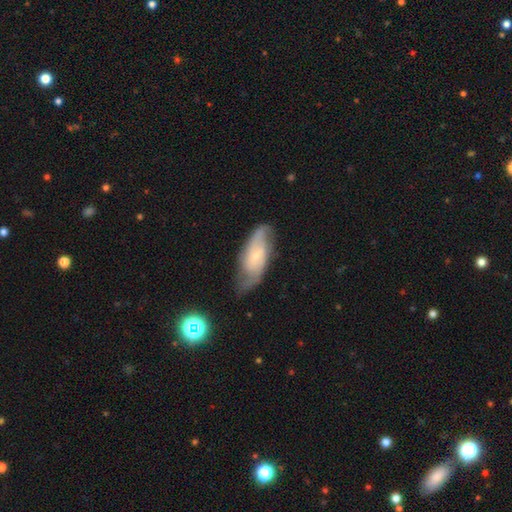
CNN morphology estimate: type=featured or disk (71%); edge-on=no (91%); bar=no (57%); spiral arms=yes (91%); winding=medium (44%); arm count=2 (78%); bulge=small (73%); merging=none (67%).